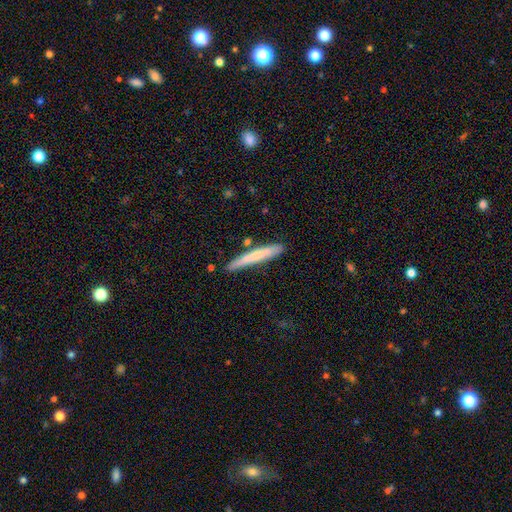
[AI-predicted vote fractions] Smooth or featured?
  - smooth: 63% *
  - featured or disk: 31%
  - star or artifact: 6%
How rounded?
  - cigar-shaped: 95% *
  - in between: 4%
  - round: 1%
Merging?
  - none: 79% *
  - minor disturbance: 14%
  - merger: 4%
  - major disturbance: 2%